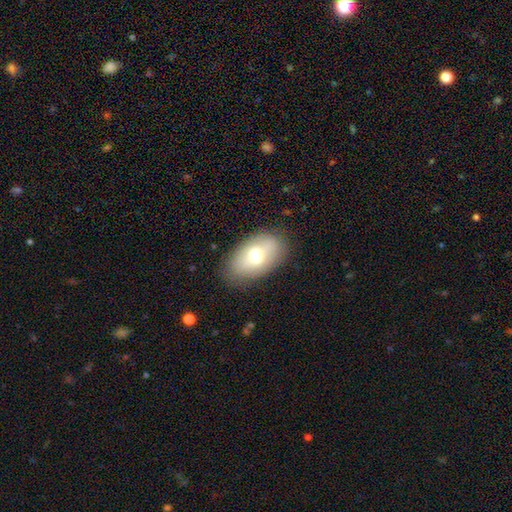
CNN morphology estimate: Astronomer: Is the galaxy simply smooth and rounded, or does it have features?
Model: smooth — 62%.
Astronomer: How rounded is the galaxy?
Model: in between — 91%.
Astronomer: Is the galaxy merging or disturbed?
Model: none — 80%.